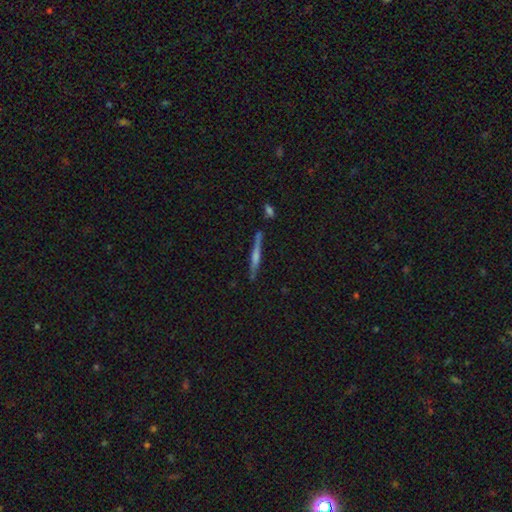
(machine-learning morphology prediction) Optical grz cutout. It shows a featured or disk galaxy (65%) viewed edge-on (94%) with a rounded central bulge (68%). Merging: none (82%).